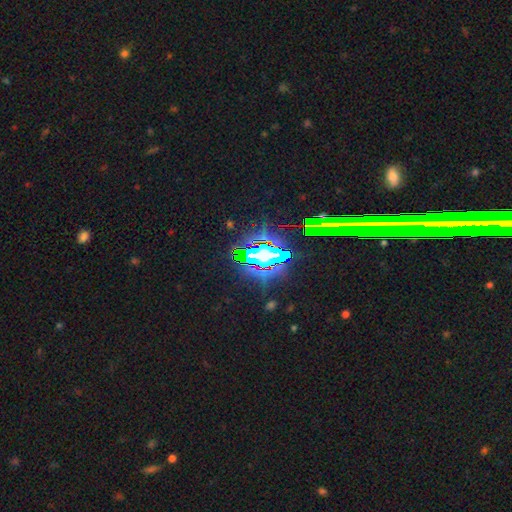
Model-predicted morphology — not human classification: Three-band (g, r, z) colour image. It shows a star or artifact, not a galaxy (81%).